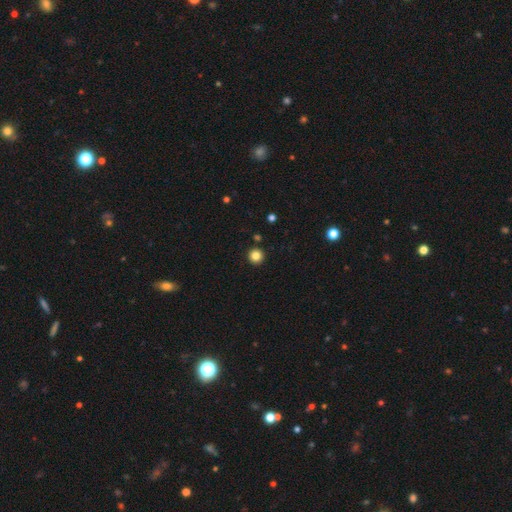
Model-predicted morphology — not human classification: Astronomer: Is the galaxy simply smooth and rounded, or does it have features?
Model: smooth — 84%.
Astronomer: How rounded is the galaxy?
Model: round — 96%.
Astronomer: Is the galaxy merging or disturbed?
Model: none — 92%.